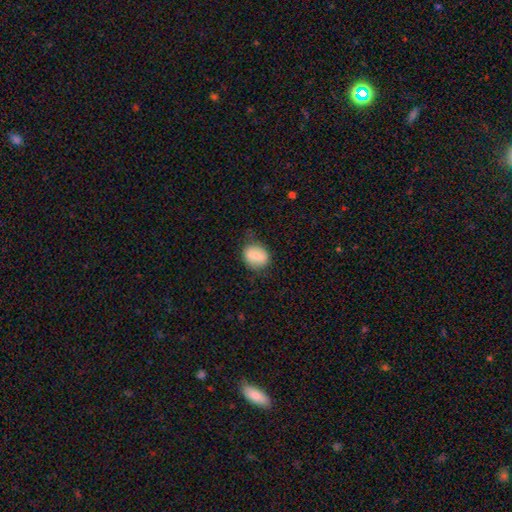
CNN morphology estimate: The model was most divided on "how rounded": round: 61%, in between: 38%, cigar-shaped: 1%. More confident: smooth or featured — smooth (76%); merging — none (68%).